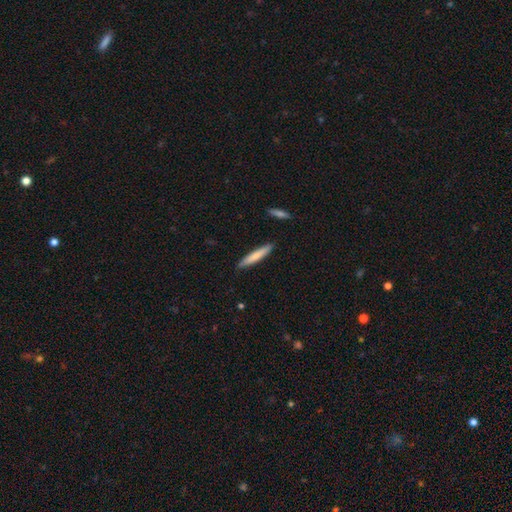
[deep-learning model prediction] Overall: smooth (74%). How rounded: cigar-shaped (91%). Merging: none (88%).